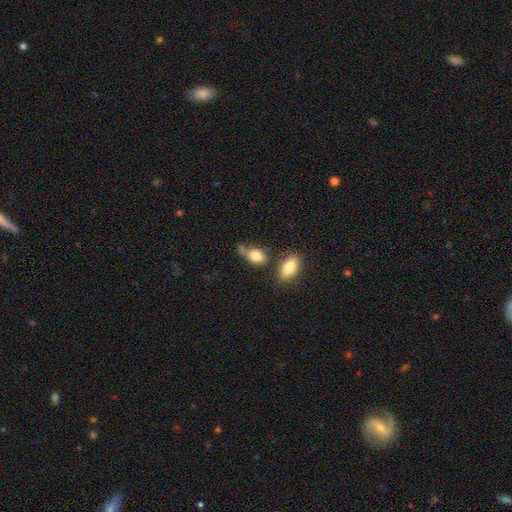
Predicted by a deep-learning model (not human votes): A smooth galaxy with no disk features (83%) that is in between round and cigar-shaped (85%). Merging: none (41%).